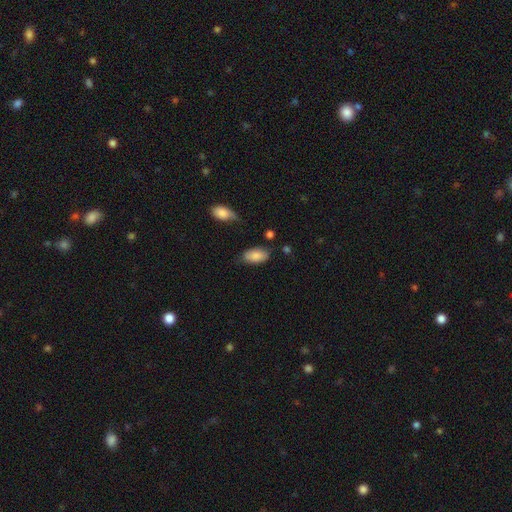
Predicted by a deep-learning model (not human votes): Smooth or featured: smooth — 85% (featured or disk — 9%)
How rounded: in between — 94% (round — 3%)
Merging: none — 71% (minor disturbance — 21%)